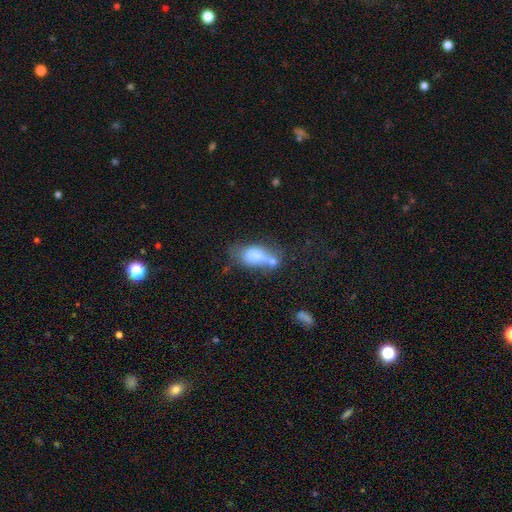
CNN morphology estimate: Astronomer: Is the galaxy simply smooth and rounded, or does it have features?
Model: smooth — 72%.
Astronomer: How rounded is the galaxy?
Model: in between — 85%.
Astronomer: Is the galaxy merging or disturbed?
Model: merger — 37% (runner-up: none, 29%).